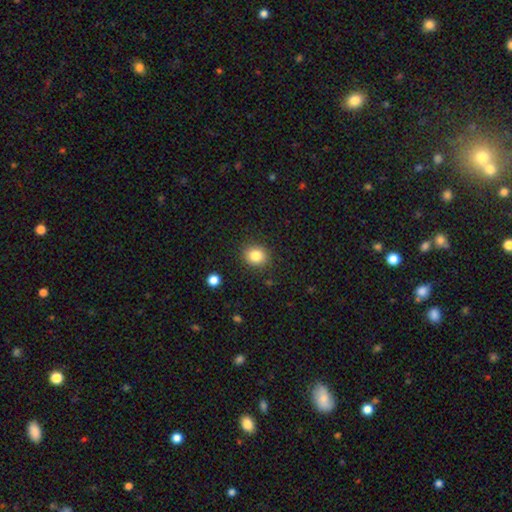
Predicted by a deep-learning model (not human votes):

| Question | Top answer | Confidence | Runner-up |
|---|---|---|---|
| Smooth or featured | smooth | 83% | star or artifact (11%) |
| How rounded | round | 76% | in between (23%) |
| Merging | none | 89% | minor disturbance (7%) |